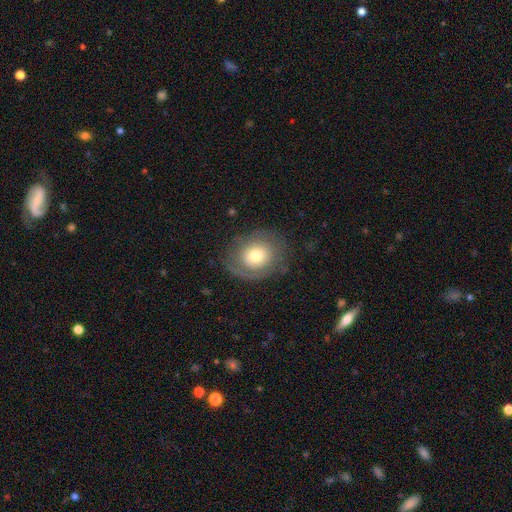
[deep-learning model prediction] Smooth or featured: smooth — 55% (featured or disk — 36%)
How rounded: round — 63% (in between — 36%)
Merging: none — 72% (minor disturbance — 17%)